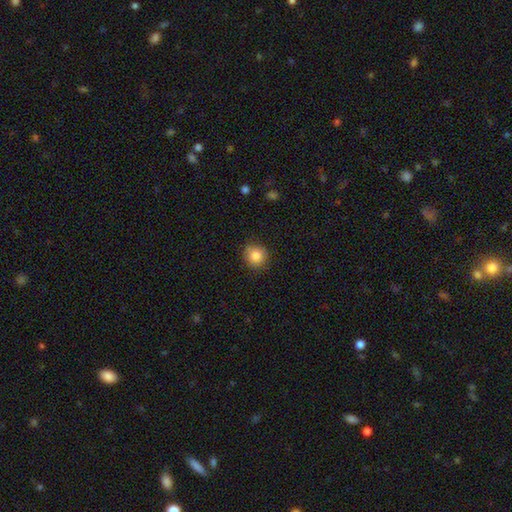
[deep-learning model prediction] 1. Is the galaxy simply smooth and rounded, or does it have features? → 85% smooth, 10% star or artifact, 6% featured or disk.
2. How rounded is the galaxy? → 89% round, 10% in between, 1% cigar-shaped.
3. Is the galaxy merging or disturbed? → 84% none, 12% minor disturbance, 2% major disturbance, 1% merger.